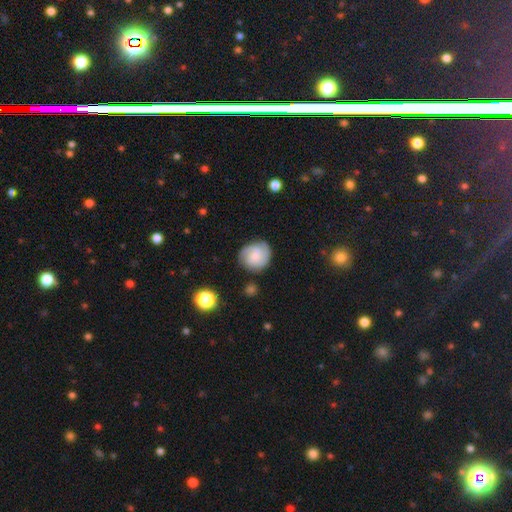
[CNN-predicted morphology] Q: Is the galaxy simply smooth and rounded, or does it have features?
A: featured or disk — 53%.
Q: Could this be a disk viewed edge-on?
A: no — 98%.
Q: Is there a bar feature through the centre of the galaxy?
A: no — 64%.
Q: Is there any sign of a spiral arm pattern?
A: yes — 92%.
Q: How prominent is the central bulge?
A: small — 45%.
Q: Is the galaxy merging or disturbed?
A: none — 75%.